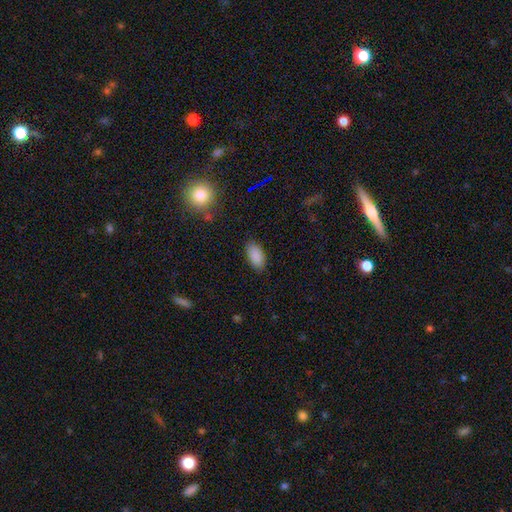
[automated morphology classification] type=smooth (88%); roundness=in between (94%); merging=none (86%).